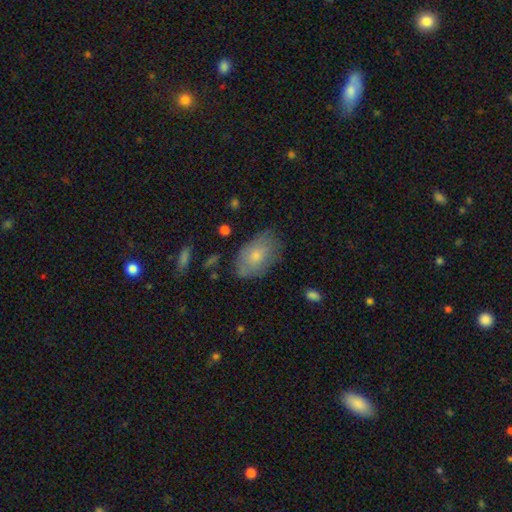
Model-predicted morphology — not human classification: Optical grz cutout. It shows a smooth galaxy with no disk features (70%) that is in between round and cigar-shaped (90%). Merging: none (74%).